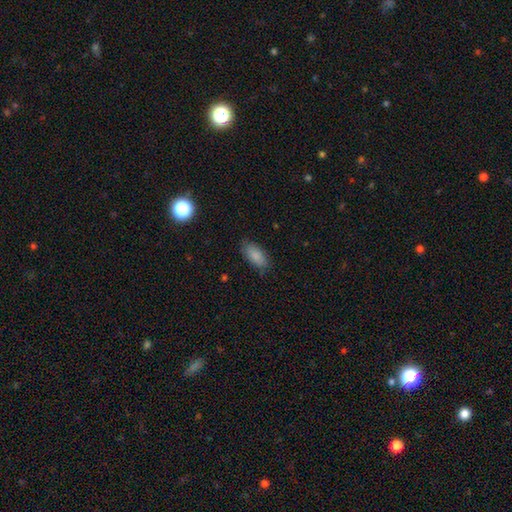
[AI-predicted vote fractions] Smooth or featured: smooth — 86% (featured or disk — 7%)
How rounded: in between — 89% (cigar-shaped — 9%)
Merging: none — 79% (minor disturbance — 16%)